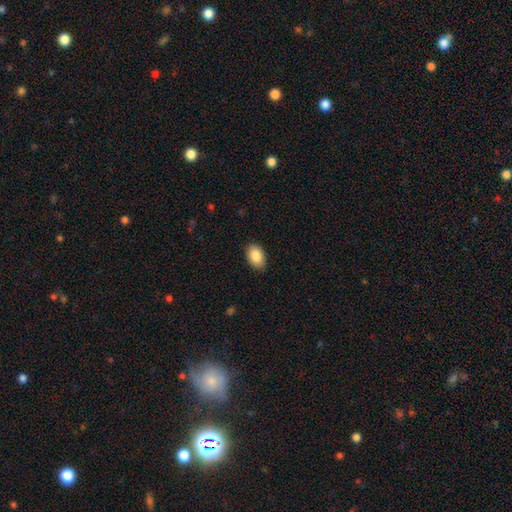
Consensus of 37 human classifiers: Q: Smooth or featured?
A: smooth (95%); runner-up: featured or disk (3%)
Q: How rounded?
A: in between (94%); runner-up: round (6%)
Q: Merging?
A: none (94%); runner-up: minor disturbance (6%)